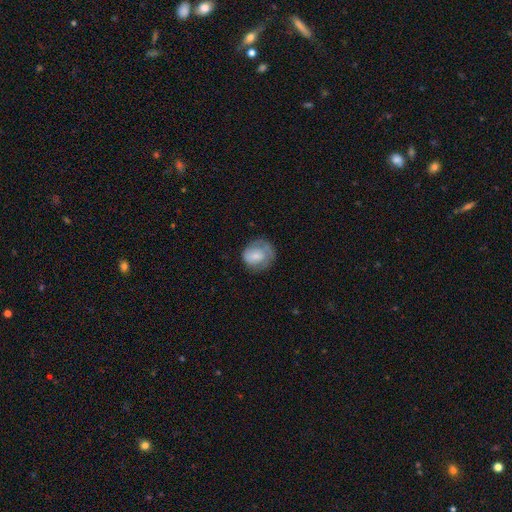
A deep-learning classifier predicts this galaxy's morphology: Q: Smooth or featured?
A: smooth (52%); runner-up: featured or disk (41%)
Q: How rounded?
A: round (71%); runner-up: in between (27%)
Q: Merging?
A: none (58%); runner-up: minor disturbance (23%)